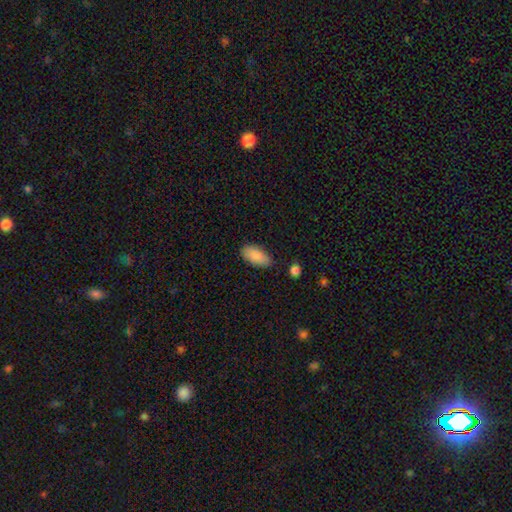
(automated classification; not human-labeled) This is clearly a smooth galaxy (88%). How rounded: clearly in between (92%). Merging: clearly none (80%).